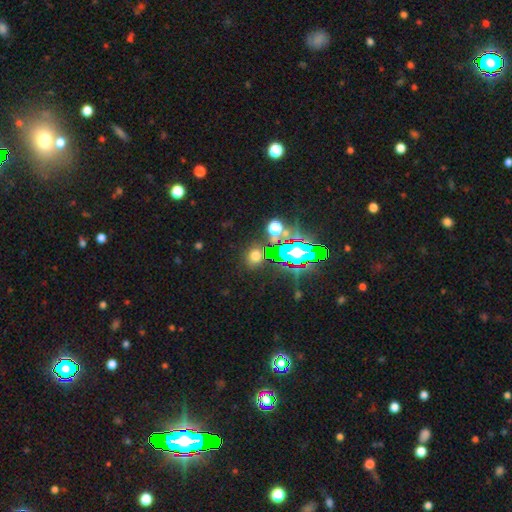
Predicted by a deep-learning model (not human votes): A smooth galaxy with no disk features (52%) that is round (75%).

Vote fractions:
- Smooth or featured? smooth: 52% / star or artifact: 40% / featured or disk: 8%
- How rounded? round: 75% / in between: 23% / cigar-shaped: 2%
- Merging? none: 81% / minor disturbance: 9% / merger: 6% / major disturbance: 4%